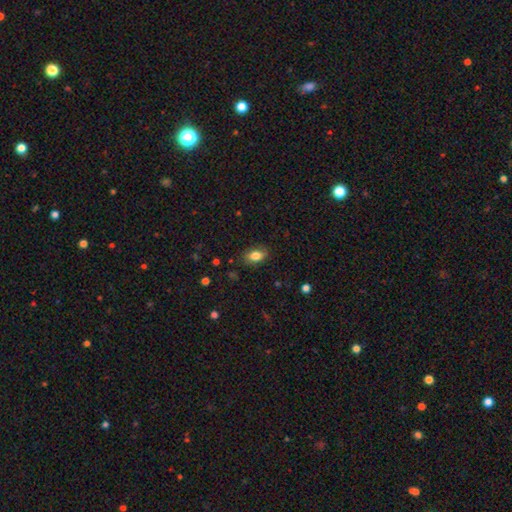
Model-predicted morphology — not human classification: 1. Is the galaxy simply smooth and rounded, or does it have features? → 81% smooth, 10% featured or disk, 8% star or artifact.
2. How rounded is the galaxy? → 85% in between, 12% round, 3% cigar-shaped.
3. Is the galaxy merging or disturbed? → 81% none, 14% minor disturbance, 3% major disturbance, 1% merger.